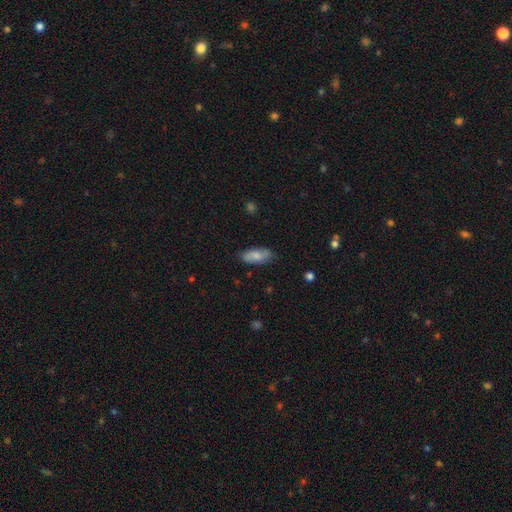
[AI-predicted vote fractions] Smooth or featured?
  - smooth: 73% *
  - featured or disk: 20%
  - star or artifact: 6%
How rounded?
  - in between: 84% *
  - cigar-shaped: 14%
  - round: 2%
Merging?
  - none: 79% *
  - minor disturbance: 17%
  - major disturbance: 3%
  - merger: 1%